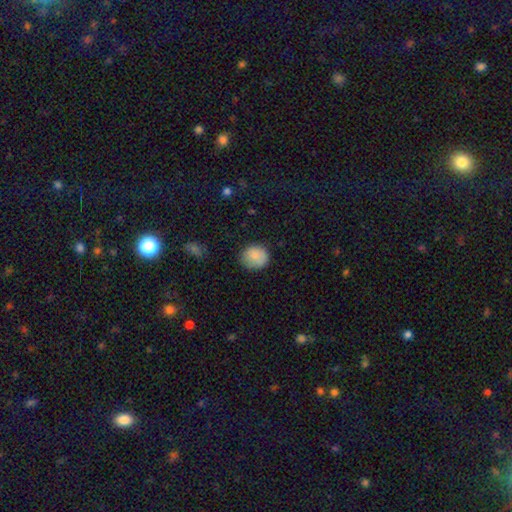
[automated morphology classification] Smooth or featured? smooth (83%)
How rounded? round (73%)
Merging? none (79%)